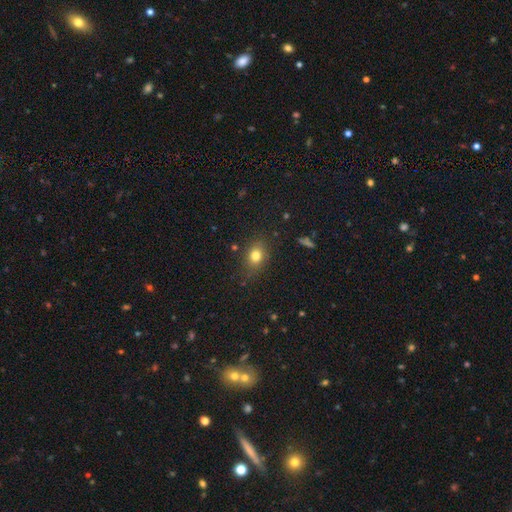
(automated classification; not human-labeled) Smooth or featured? Predicted: smooth (p=0.78). How rounded? Predicted: in between (p=0.56). Merging? Predicted: none (p=0.78).